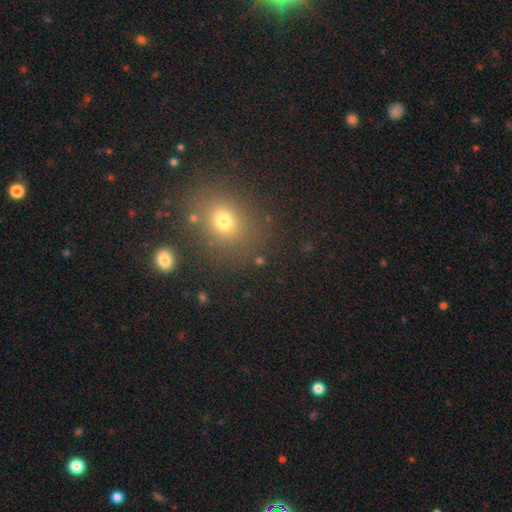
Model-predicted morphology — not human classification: A smooth galaxy with no disk features (66%) that is round (55%). Merging: none (81%).